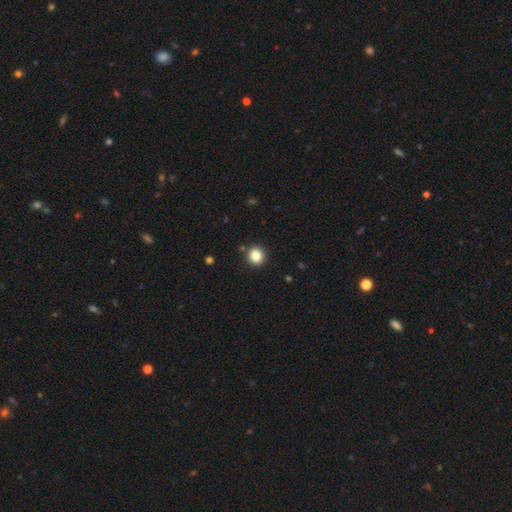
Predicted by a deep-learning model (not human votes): Smooth or featured? Predicted: smooth (p=0.84). How rounded? Predicted: round (p=0.87). Merging? Predicted: none (p=0.89).